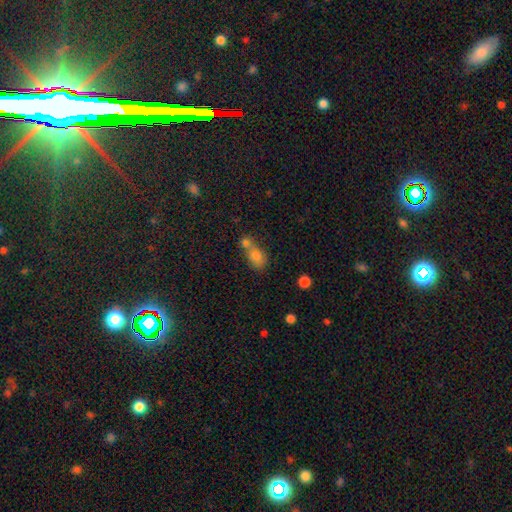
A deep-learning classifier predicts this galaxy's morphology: Smooth or featured?
  - smooth: 74% *
  - featured or disk: 15%
  - star or artifact: 11%
How rounded?
  - in between: 59% *
  - round: 38%
  - cigar-shaped: 2%
Merging?
  - merger: 64% *
  - none: 23%
  - minor disturbance: 8%
  - major disturbance: 5%